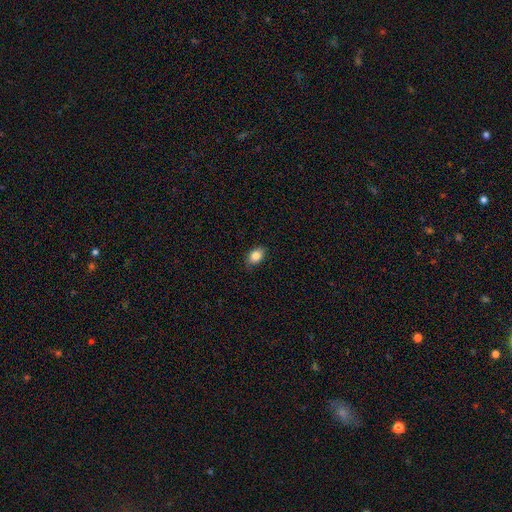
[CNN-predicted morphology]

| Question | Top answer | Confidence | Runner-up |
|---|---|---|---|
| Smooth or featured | smooth | 85% | star or artifact (8%) |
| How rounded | in between | 80% | round (18%) |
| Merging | none | 81% | minor disturbance (16%) |